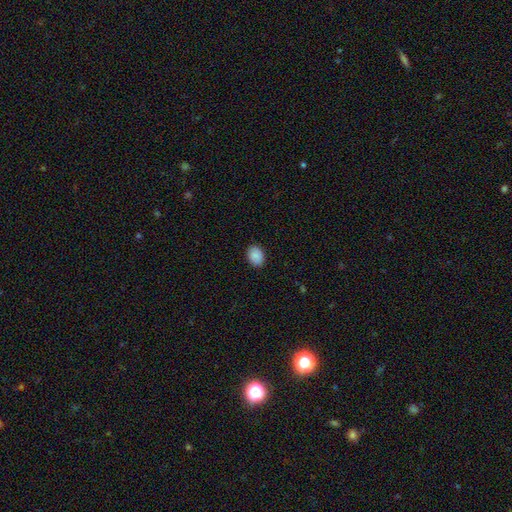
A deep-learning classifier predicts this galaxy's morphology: Smooth or featured?
  - smooth: 89% *
  - star or artifact: 7%
  - featured or disk: 3%
How rounded?
  - in between: 71% *
  - round: 28%
  - cigar-shaped: 1%
Merging?
  - none: 89% *
  - minor disturbance: 8%
  - major disturbance: 2%
  - merger: 1%